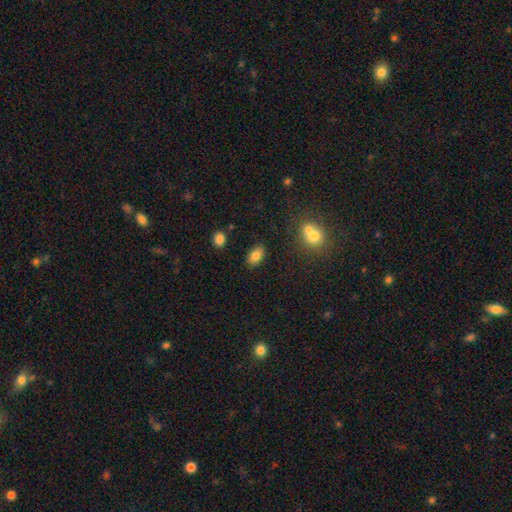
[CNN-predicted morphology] A smooth galaxy with no disk features (83%) that is in between round and cigar-shaped (90%).

Vote fractions:
- Smooth or featured? smooth: 83% / star or artifact: 9% / featured or disk: 8%
- How rounded? in between: 90% / round: 8% / cigar-shaped: 2%
- Merging? none: 84% / minor disturbance: 10% / merger: 3% / major disturbance: 3%